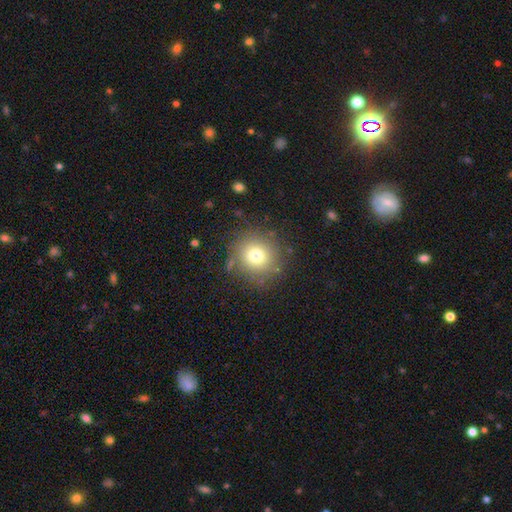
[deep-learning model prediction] Smooth or featured?
  - smooth: 74% *
  - star or artifact: 14%
  - featured or disk: 12%
How rounded?
  - round: 91% *
  - in between: 8%
  - cigar-shaped: 1%
Merging?
  - none: 83% *
  - minor disturbance: 10%
  - major disturbance: 4%
  - merger: 2%